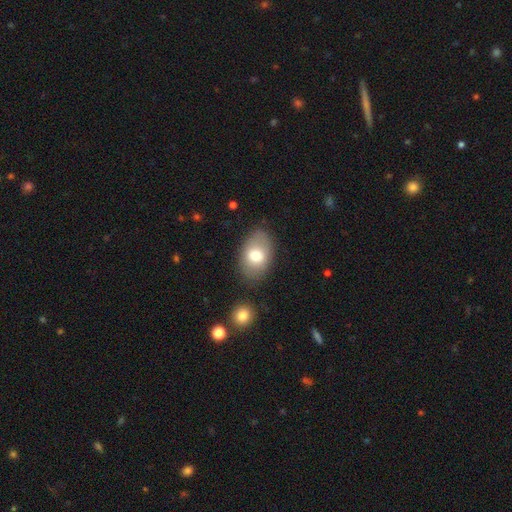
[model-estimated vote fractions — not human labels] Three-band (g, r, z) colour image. It shows a smooth galaxy with no disk features (74%) that is in between round and cigar-shaped (87%). Merging: none (79%).